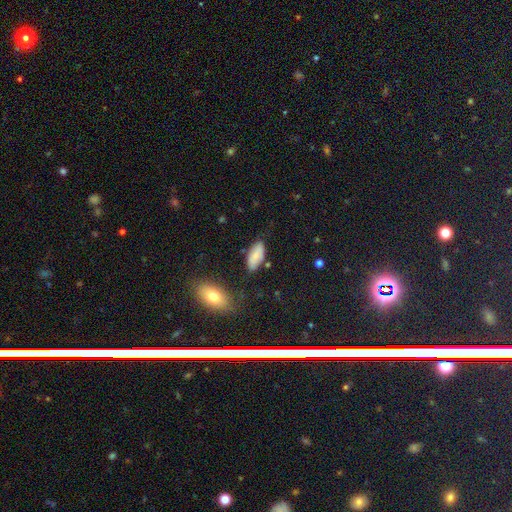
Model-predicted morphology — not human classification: smooth 77%, featured or disk 15%, star or artifact 8%. Down the decision tree: how rounded — in between (88%); merging — none (72%).